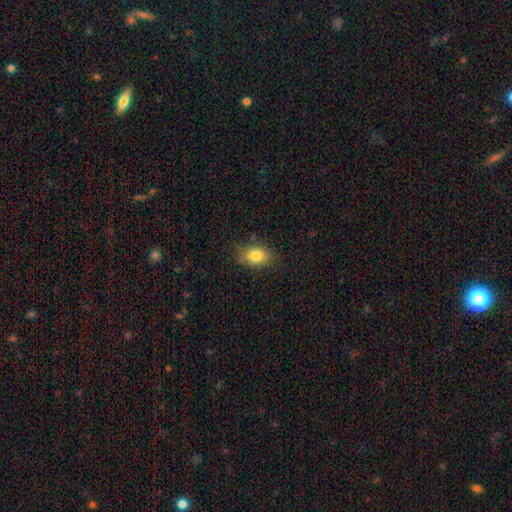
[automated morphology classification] smooth-or-featured: smooth: 82% | featured or disk: 10% | star or artifact: 9%
  how-rounded: in between: 84% | round: 14% | cigar-shaped: 2%
  merging: none: 79% | minor disturbance: 16% | major disturbance: 4% | merger: 1%